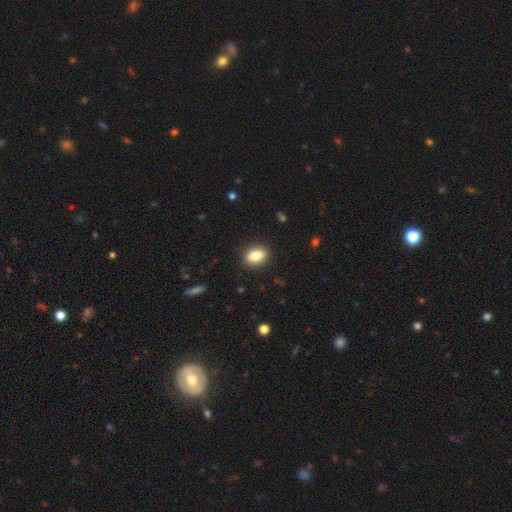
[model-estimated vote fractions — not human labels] Smooth or featured? Predicted: smooth (p=0.84). How rounded? Predicted: in between (p=0.74). Merging? Predicted: none (p=0.88).